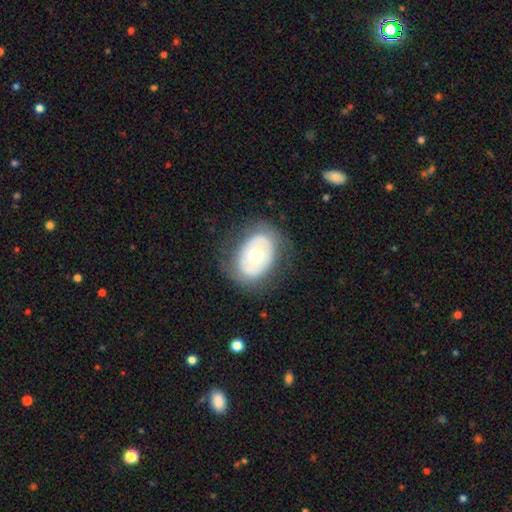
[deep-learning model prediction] The model was most divided on "smooth or featured": featured or disk: 51%, smooth: 43%, star or artifact: 6%. More confident: edge-on disk — no (92%); merging — none (75%).